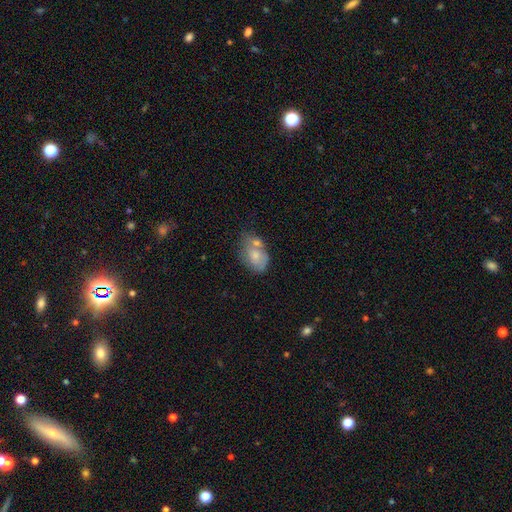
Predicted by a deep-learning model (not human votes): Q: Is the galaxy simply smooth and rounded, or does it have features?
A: smooth — 65%.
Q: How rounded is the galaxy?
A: in between — 79%.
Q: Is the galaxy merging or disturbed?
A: merger — 38%.